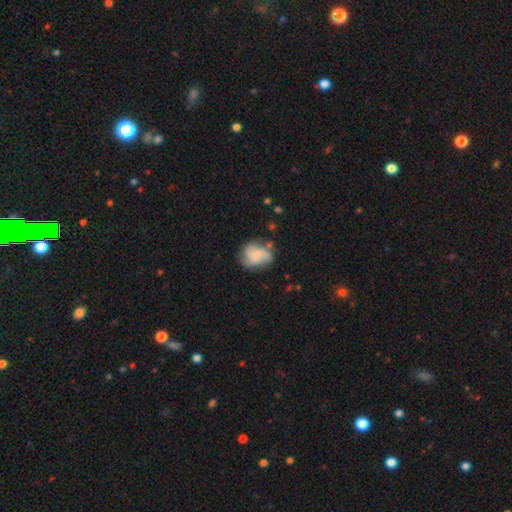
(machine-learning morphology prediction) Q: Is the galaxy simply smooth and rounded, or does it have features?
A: featured or disk — 56%.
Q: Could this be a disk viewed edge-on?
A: no — 98%.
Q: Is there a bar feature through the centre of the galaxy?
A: no — 74%.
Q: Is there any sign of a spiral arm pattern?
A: yes — 89%.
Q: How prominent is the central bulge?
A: none — 40%.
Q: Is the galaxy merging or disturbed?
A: none — 58%.